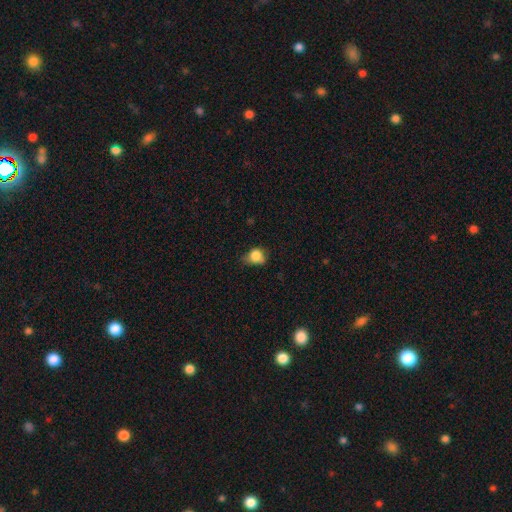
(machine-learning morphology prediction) Smooth or featured? smooth (81%)
How rounded? round (57%)
Merging? minor disturbance (41%)